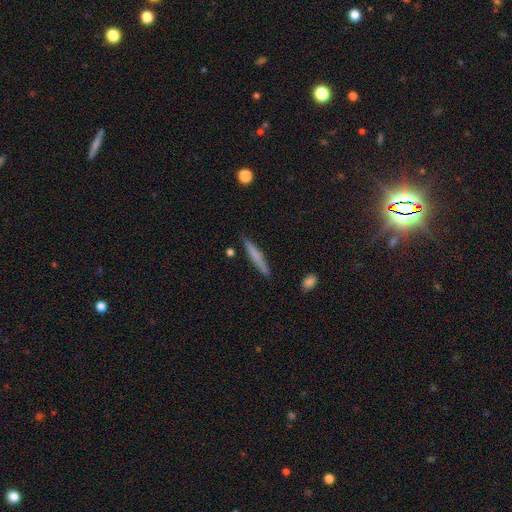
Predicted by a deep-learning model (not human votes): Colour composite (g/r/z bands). It shows a smooth galaxy with no disk features (66%) that is cigar-shaped (95%). Merging: none (87%).